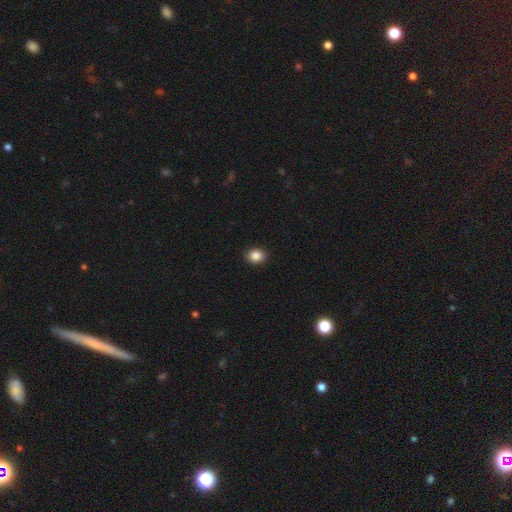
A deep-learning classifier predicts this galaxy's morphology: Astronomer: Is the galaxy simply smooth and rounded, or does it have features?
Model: smooth — 88%.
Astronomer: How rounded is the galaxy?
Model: in between — 50% (runner-up: round, 49%).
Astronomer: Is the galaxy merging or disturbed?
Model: none — 91%.